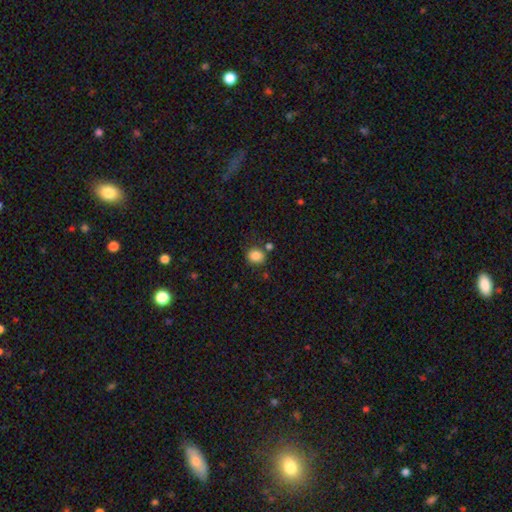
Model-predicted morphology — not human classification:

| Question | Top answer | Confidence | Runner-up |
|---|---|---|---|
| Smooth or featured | smooth | 85% | star or artifact (10%) |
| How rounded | round | 67% | in between (32%) |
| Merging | none | 75% | minor disturbance (12%) |